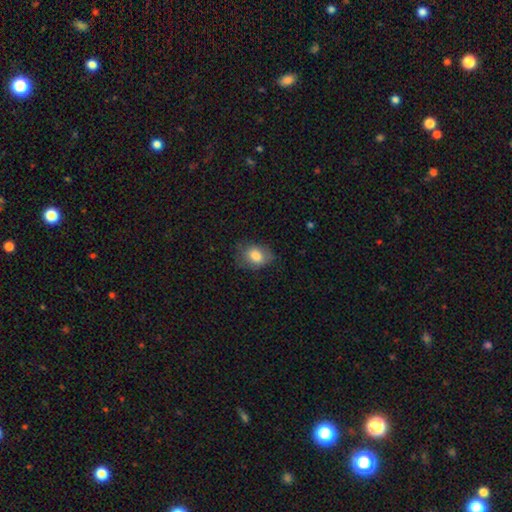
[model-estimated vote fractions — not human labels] Smooth or featured? smooth (81%)
How rounded? in between (68%)
Merging? none (65%)